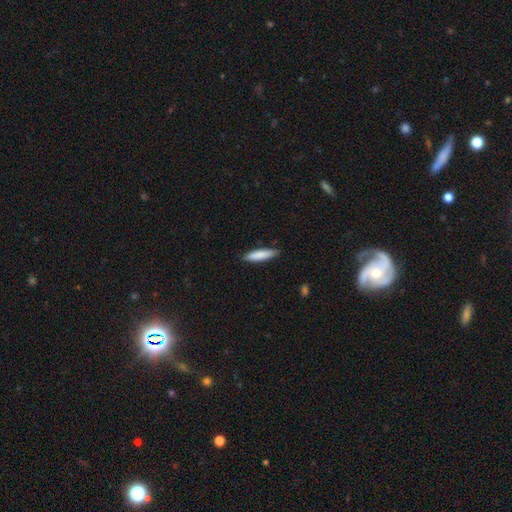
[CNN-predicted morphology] Q: Smooth or featured?
A: smooth (81%); runner-up: featured or disk (13%)
Q: How rounded?
A: cigar-shaped (84%); runner-up: in between (15%)
Q: Merging?
A: none (88%); runner-up: minor disturbance (9%)